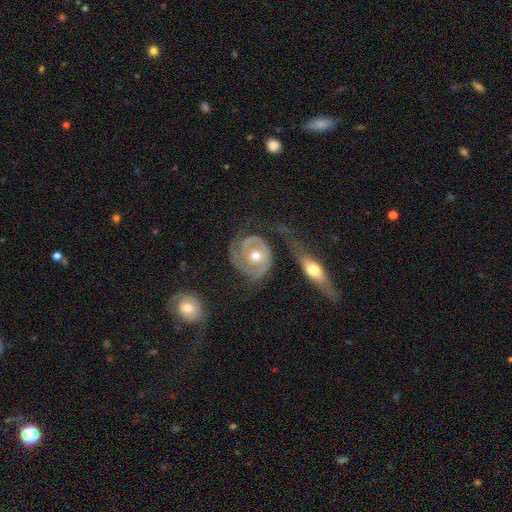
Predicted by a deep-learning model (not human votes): Overall: featured or disk (82%). Edge-on disk: no (96%). Bar: no (73%). Spiral arms: yes (90%). Spiral arm count: 2 (54%; 1 22%). Spiral winding: tight (56%; medium 31%). Bulge size: moderate (71%). Merging: none (37%; major disturbance 30%).